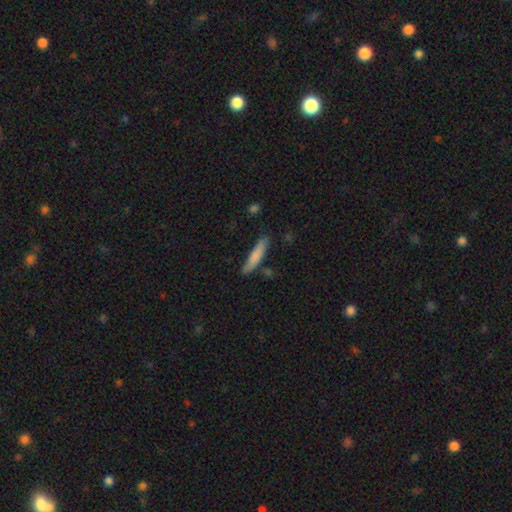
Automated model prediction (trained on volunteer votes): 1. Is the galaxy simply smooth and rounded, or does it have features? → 78% smooth, 16% featured or disk, 6% star or artifact.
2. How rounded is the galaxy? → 88% cigar-shaped, 11% in between, 1% round.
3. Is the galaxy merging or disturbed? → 79% none, 15% minor disturbance, 4% merger, 3% major disturbance.